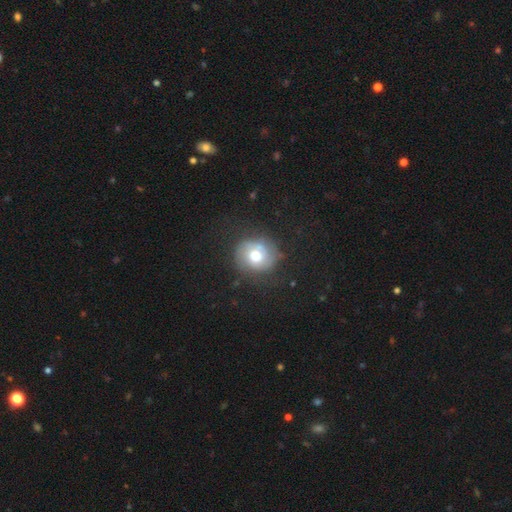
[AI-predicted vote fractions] Smooth or featured?
  - smooth: 51% *
  - featured or disk: 38%
  - star or artifact: 10%
How rounded?
  - round: 83% *
  - in between: 16%
  - cigar-shaped: 1%
Merging?
  - none: 69% *
  - minor disturbance: 19%
  - major disturbance: 9%
  - merger: 3%